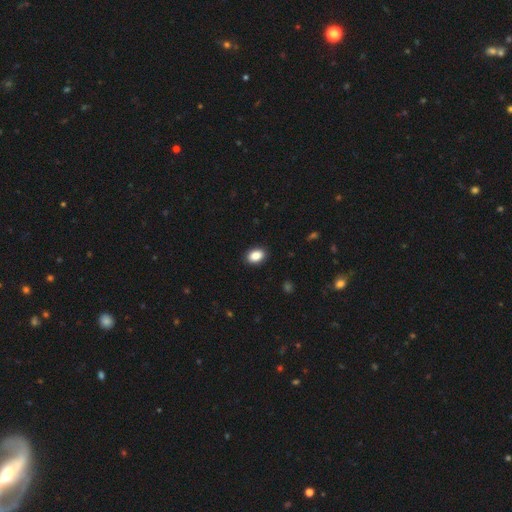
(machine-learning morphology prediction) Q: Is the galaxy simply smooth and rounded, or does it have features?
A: smooth — 88%.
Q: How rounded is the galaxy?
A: in between — 83%.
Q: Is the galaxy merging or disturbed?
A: none — 90%.